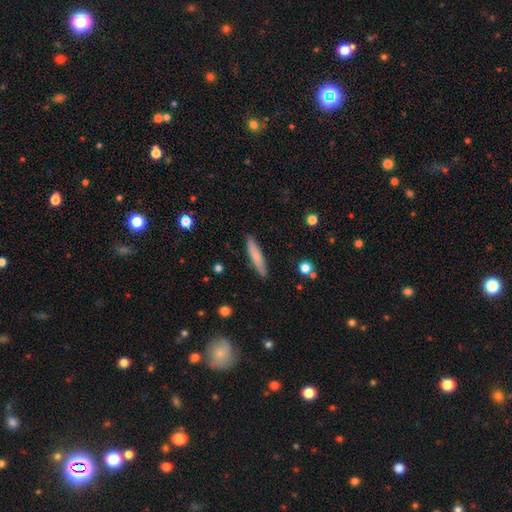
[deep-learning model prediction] smooth_or_featured: smooth (p=0.72) [alt: featured or disk p=0.22]
how_rounded: cigar-shaped (p=0.89) [alt: in between p=0.09]
merging: none (p=0.88) [alt: minor disturbance p=0.09]